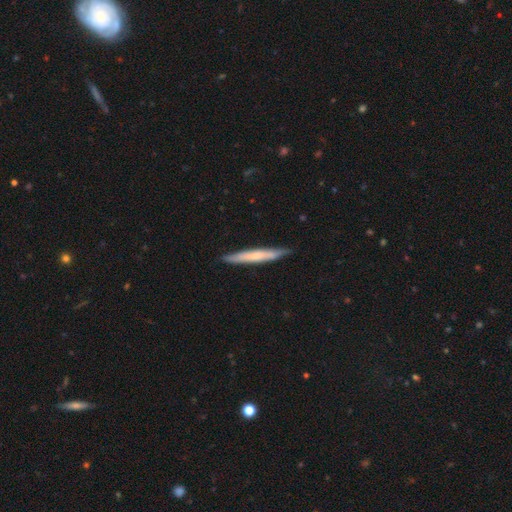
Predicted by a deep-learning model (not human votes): Smooth or featured? smooth (54%)
How rounded? cigar-shaped (95%)
Merging? none (88%)